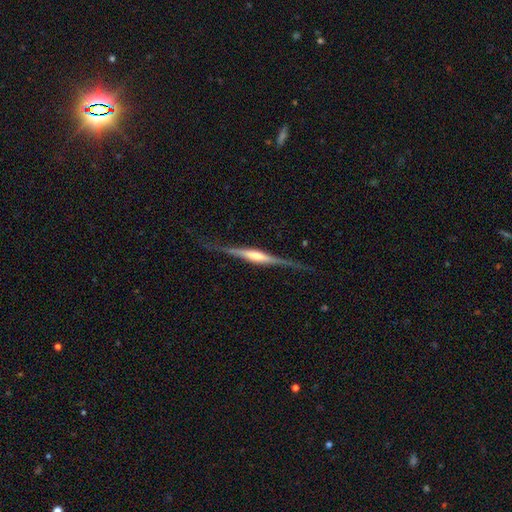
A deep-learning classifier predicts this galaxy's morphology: Smooth or featured? Predicted: featured or disk (p=0.81). Edge-on disk? Predicted: yes (p=0.97). Edge-on bulge? Predicted: rounded (p=0.59). Merging? Predicted: none (p=0.79).